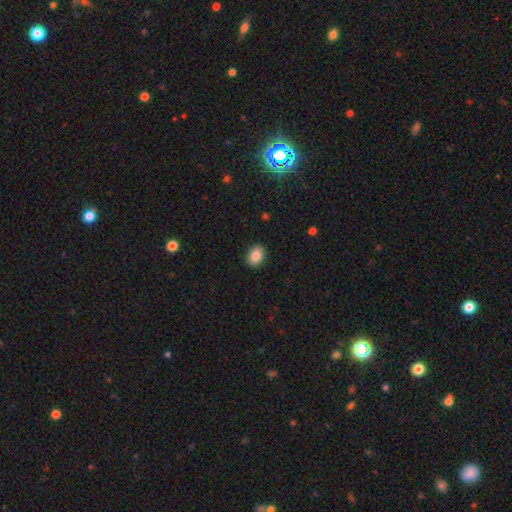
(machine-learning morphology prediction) type=smooth (84%); roundness=in between (57%); merging=none (91%).